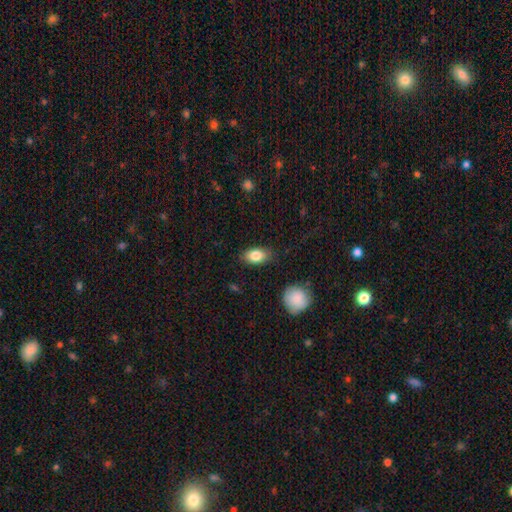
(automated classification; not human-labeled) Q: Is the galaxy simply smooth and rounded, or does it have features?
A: smooth — 84%.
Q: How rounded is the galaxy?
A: in between — 88%.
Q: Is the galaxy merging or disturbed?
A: none — 83%.